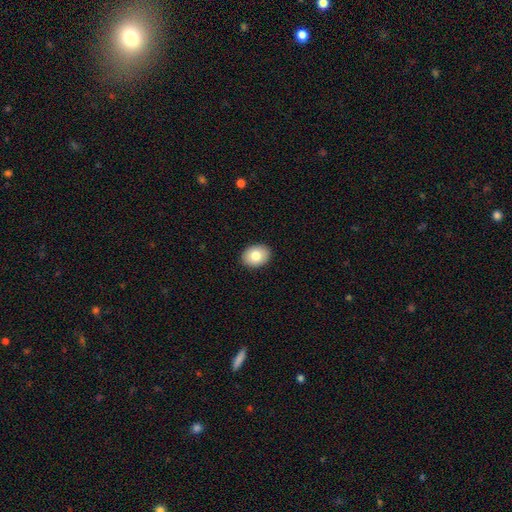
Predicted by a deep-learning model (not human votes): The model was most divided on "how rounded": in between: 65%, round: 34%, cigar-shaped: 1%. More confident: merging — none (91%); smooth or featured — smooth (81%).